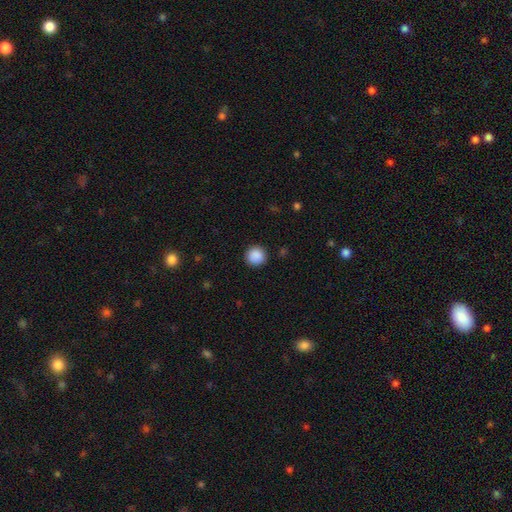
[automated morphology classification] type=smooth (89%); roundness=round (95%); merging=none (91%).